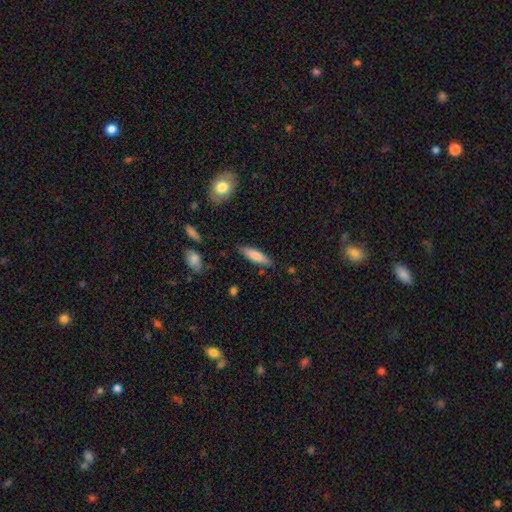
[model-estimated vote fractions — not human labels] A smooth galaxy with no disk features (79%) that is cigar-shaped (63%). Merging: none (85%).